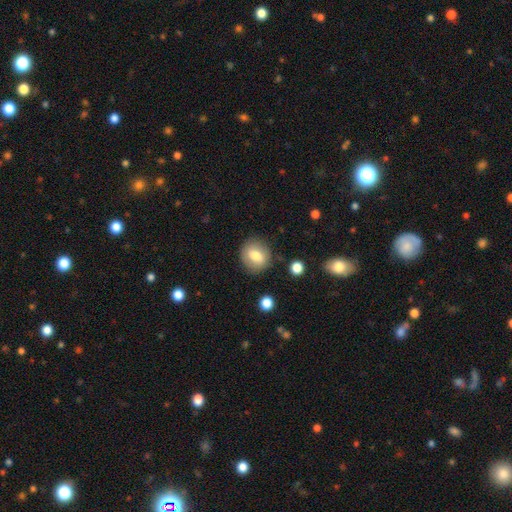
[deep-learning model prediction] This appears to be a smooth galaxy with no disk features (75%) that is round (71%). Merging: none (82%).